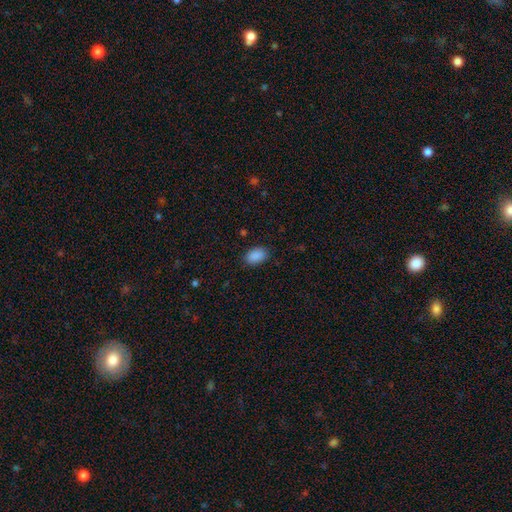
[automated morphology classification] A smooth galaxy with no disk features (89%) that is in between round and cigar-shaped (89%). Merging: none (85%).